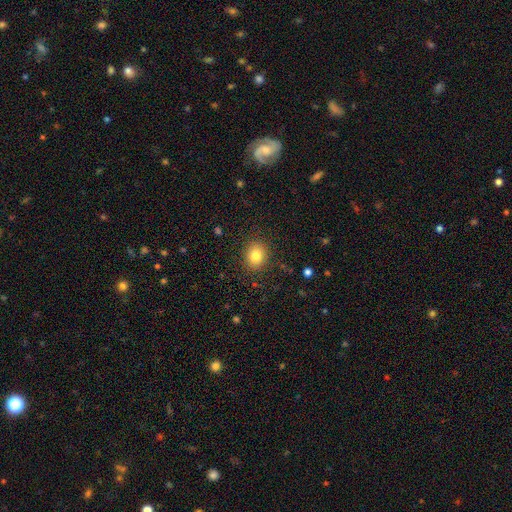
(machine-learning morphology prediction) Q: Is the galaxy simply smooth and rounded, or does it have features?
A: smooth — 82%.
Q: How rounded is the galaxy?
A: round — 64%.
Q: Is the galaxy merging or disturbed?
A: none — 87%.